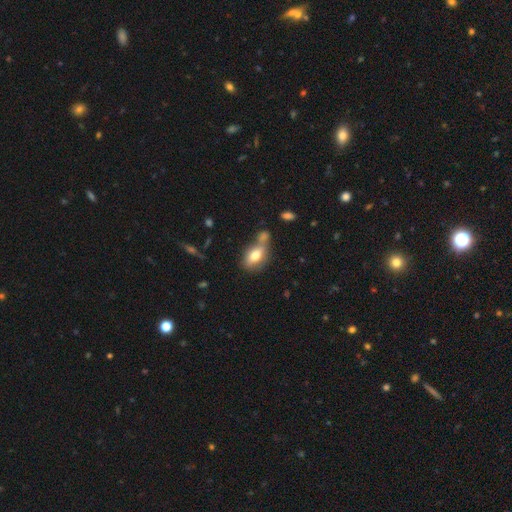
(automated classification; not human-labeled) The model was most divided on "merging": none: 44%, merger: 33%, minor disturbance: 16%, major disturbance: 7%. More confident: how rounded — in between (84%); smooth or featured — smooth (71%).